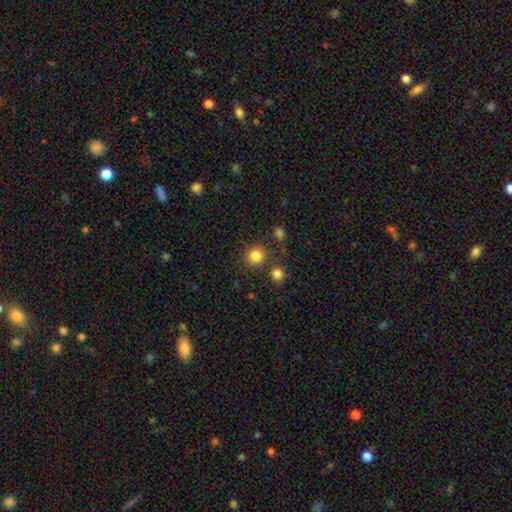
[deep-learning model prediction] smooth_or_featured: smooth (p=0.83) [alt: star or artifact p=0.13]
how_rounded: round (p=0.91) [alt: in between p=0.08]
merging: none (p=0.81) [alt: merger p=0.08]